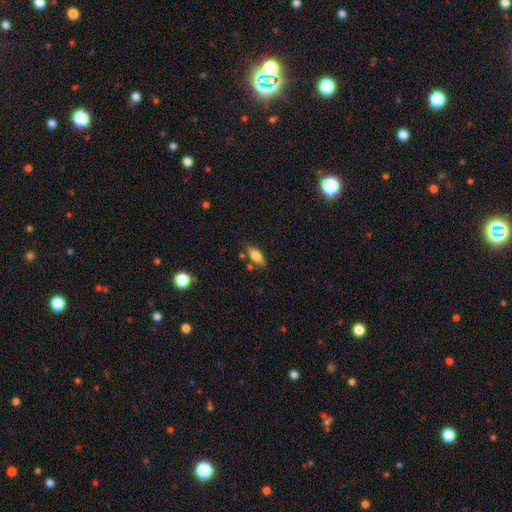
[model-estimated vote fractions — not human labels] Morphology: type=smooth (68%); roundness=in between (70%); merging=none (72%).